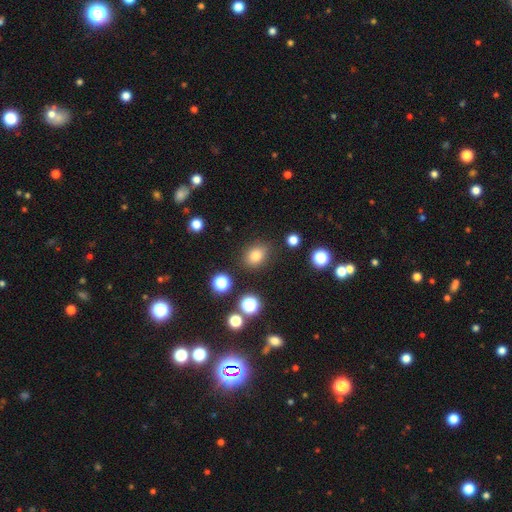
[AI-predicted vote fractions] The model was most divided on "how rounded": round: 51%, in between: 48%, cigar-shaped: 1%. More confident: merging — none (84%); smooth or featured — smooth (78%).